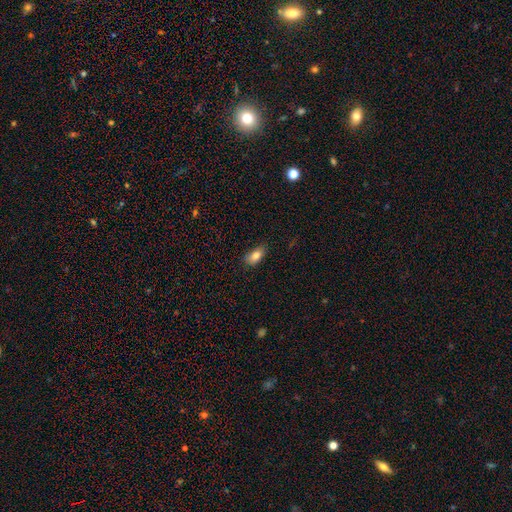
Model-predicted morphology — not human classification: This appears to be a smooth galaxy with no disk features (83%) that is in between round and cigar-shaped (89%). Merging: none (75%).